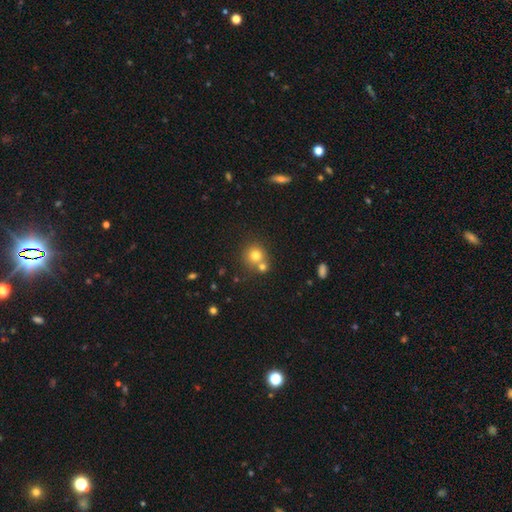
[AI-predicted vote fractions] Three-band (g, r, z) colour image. It shows a smooth galaxy with no disk features (75%) that is round (89%). Merging: none (56%).